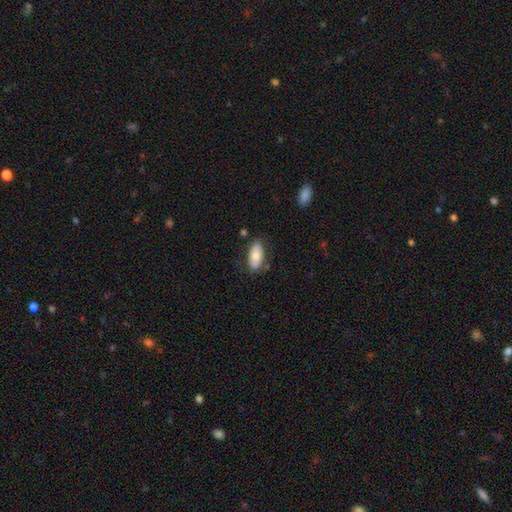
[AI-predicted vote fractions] Q: Smooth or featured?
A: smooth (77%); runner-up: featured or disk (16%)
Q: How rounded?
A: in between (90%); runner-up: cigar-shaped (7%)
Q: Merging?
A: none (77%); runner-up: minor disturbance (16%)